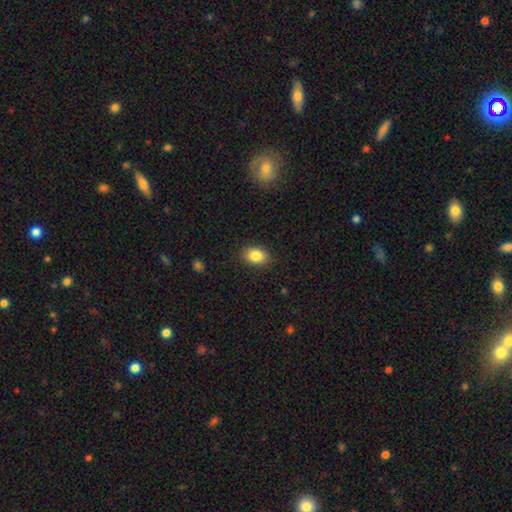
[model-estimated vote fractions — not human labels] smooth 85%, star or artifact 9%, featured or disk 7%. Down the decision tree: how rounded — in between (74%); merging — none (88%).